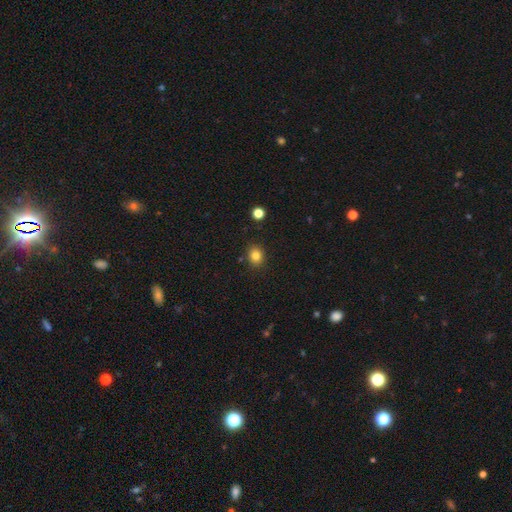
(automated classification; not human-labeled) Q: Smooth or featured?
A: smooth (82%); runner-up: star or artifact (12%)
Q: How rounded?
A: round (66%); runner-up: in between (34%)
Q: Merging?
A: none (85%); runner-up: minor disturbance (10%)